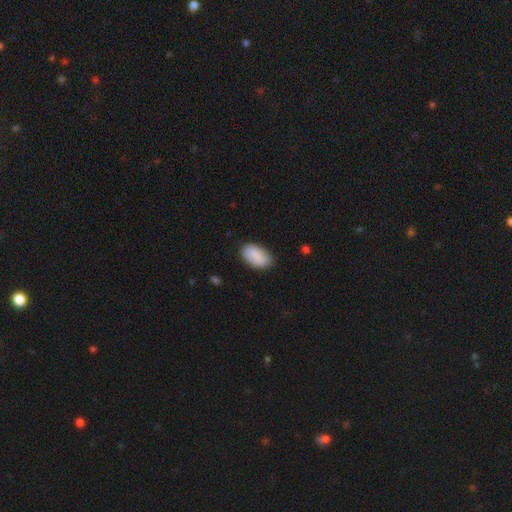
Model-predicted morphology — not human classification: This appears to be a smooth galaxy with no disk features (85%) that is in between round and cigar-shaped (94%). Merging: none (84%).